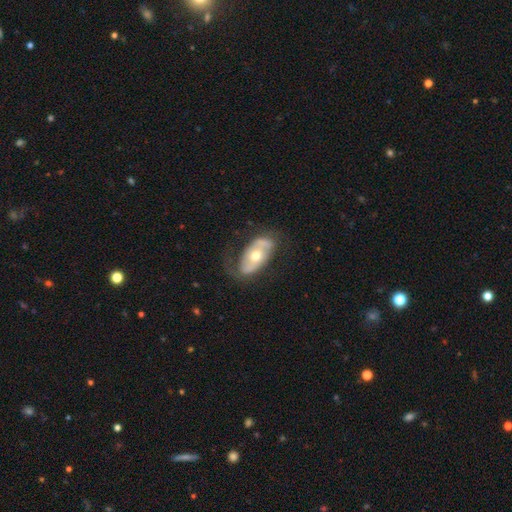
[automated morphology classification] Smooth or featured?
  - featured or disk: 67% *
  - smooth: 28%
  - star or artifact: 5%
Edge-on disk?
  - no: 91% *
  - yes: 9%
Bar?
  - no: 69% *
  - weak: 19%
  - strong: 11%
Spiral arms?
  - yes: 62% *
  - no: 38%
Bulge size?
  - moderate: 74% *
  - small: 18%
  - large: 7%
  - dominant: 1%
  - none: 1%
Merging?
  - none: 65% *
  - minor disturbance: 21%
  - major disturbance: 12%
  - merger: 2%